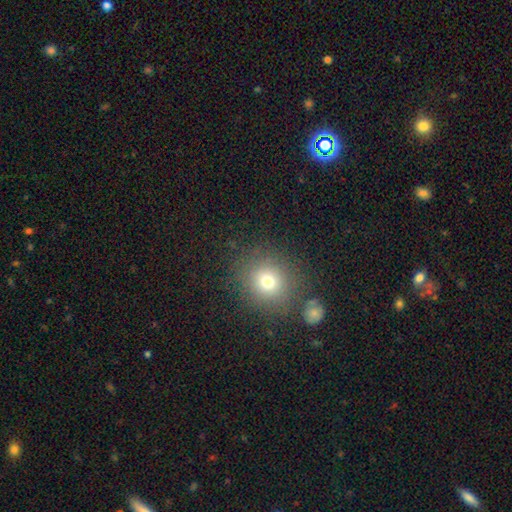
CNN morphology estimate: Q: Smooth or featured?
A: smooth (66%); runner-up: star or artifact (26%)
Q: How rounded?
A: round (84%); runner-up: in between (15%)
Q: Merging?
A: none (82%); runner-up: minor disturbance (8%)